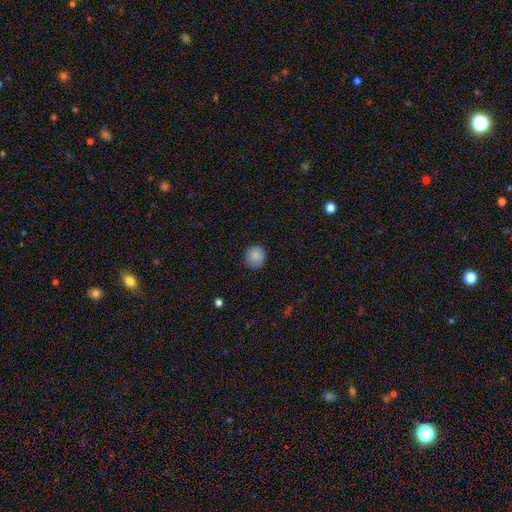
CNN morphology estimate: A smooth galaxy with no disk features (86%) that is round (88%). Merging: none (82%).